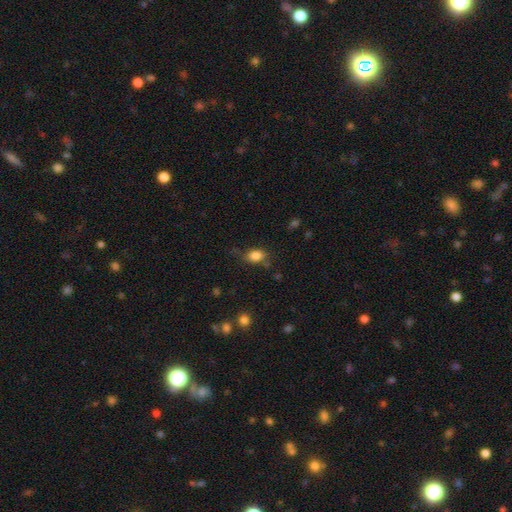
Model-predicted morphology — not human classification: Overall: smooth (84%). How rounded: in between (77%). Merging: none (69%).